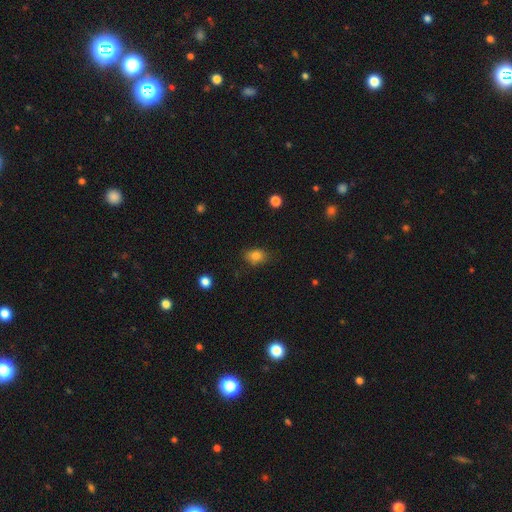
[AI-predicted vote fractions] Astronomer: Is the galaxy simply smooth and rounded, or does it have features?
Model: smooth — 83%.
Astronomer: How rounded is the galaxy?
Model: in between — 72%.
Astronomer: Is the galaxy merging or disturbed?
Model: none — 76%.